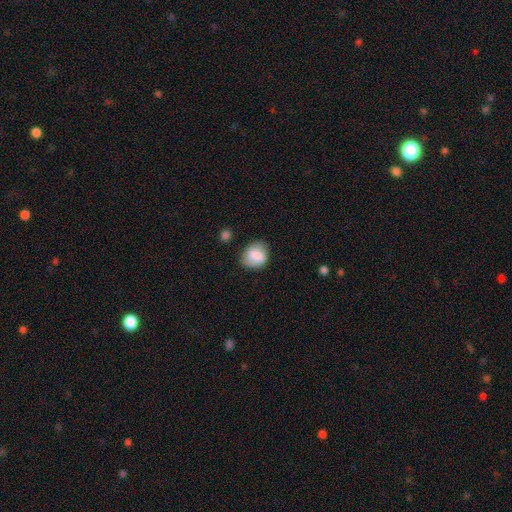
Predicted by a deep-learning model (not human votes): This appears to be a smooth galaxy with no disk features (80%) that is round (58%). Merging: none (68%).